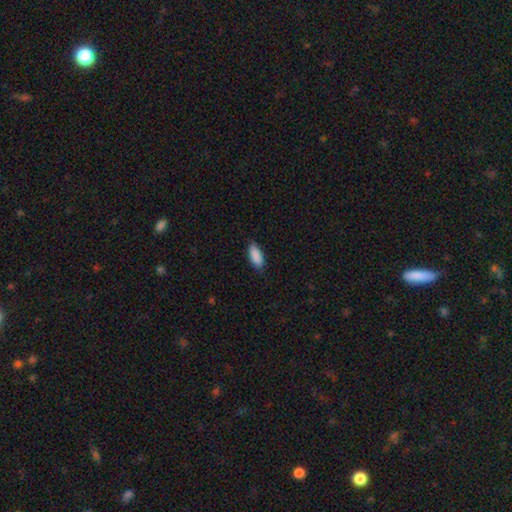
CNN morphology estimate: smooth_or_featured: smooth (p=0.89) [alt: star or artifact p=0.06]
how_rounded: in between (p=0.83) [alt: cigar-shaped p=0.15]
merging: none (p=0.82) [alt: minor disturbance p=0.15]